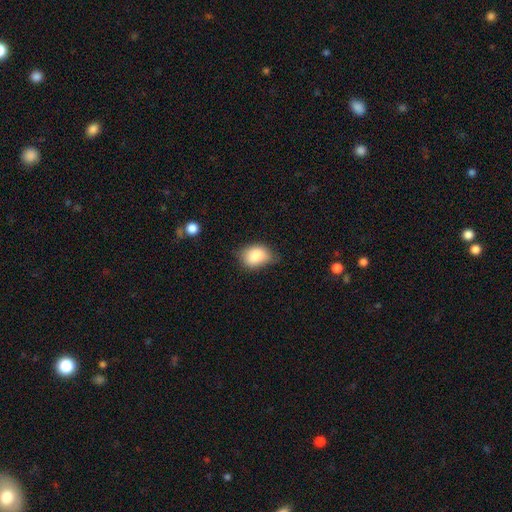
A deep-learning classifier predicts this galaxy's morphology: Smooth or featured? Predicted: smooth (p=0.84). How rounded? Predicted: in between (p=0.72). Merging? Predicted: none (p=0.52).